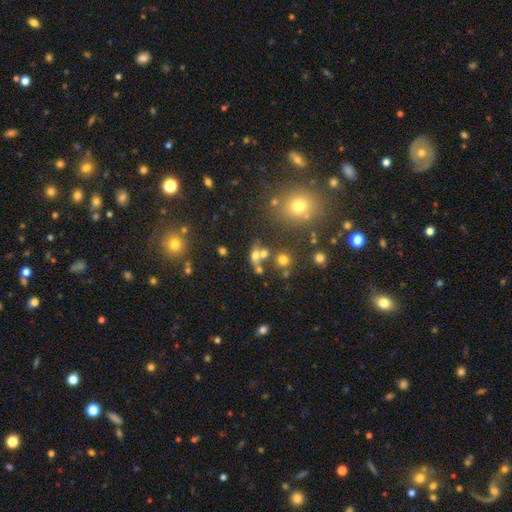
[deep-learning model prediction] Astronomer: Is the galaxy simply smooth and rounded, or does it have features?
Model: smooth — 60%.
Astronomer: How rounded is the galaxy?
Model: round — 50% (runner-up: in between, 45%).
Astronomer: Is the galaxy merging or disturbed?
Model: none — 45% (runner-up: merger, 36%).